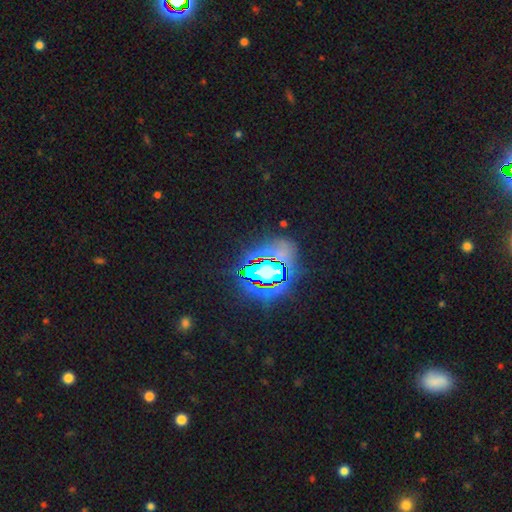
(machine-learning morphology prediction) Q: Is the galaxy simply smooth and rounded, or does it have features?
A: star or artifact — 83%.